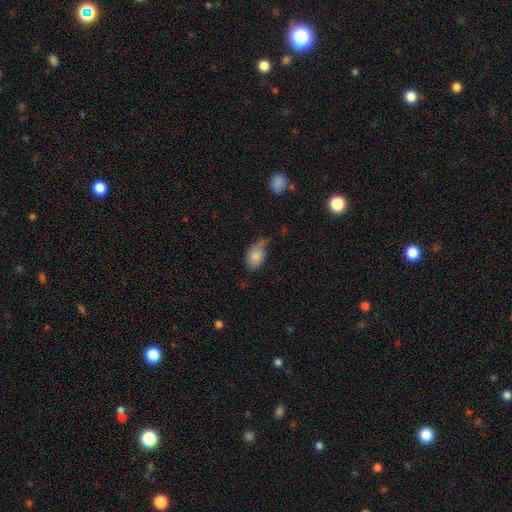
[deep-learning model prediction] Q: Smooth or featured?
A: smooth (82%); runner-up: featured or disk (10%)
Q: How rounded?
A: in between (86%); runner-up: round (12%)
Q: Merging?
A: minor disturbance (42%); runner-up: none (41%)